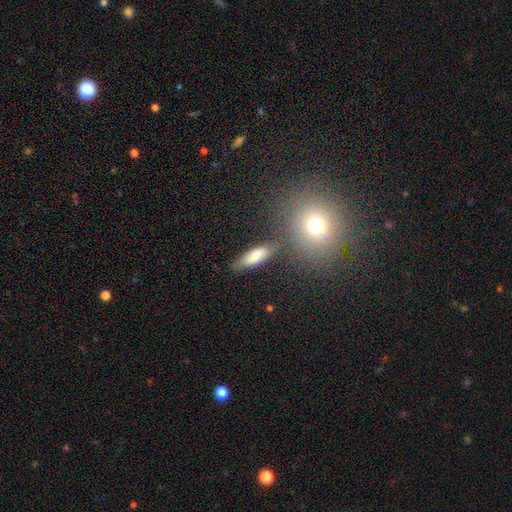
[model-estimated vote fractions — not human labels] Smooth or featured: smooth — 77% (featured or disk — 15%)
How rounded: in between — 60% (cigar-shaped — 37%)
Merging: none — 66% (minor disturbance — 18%)